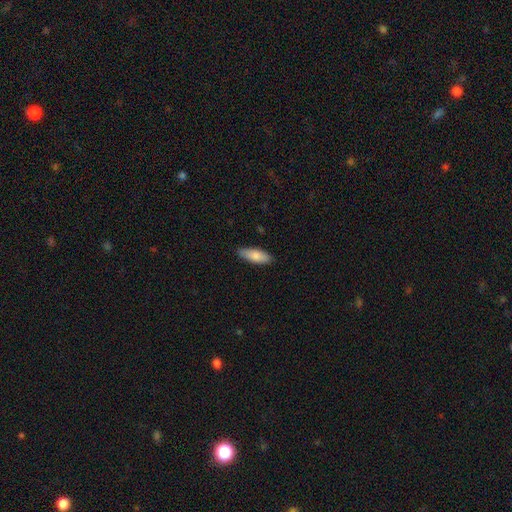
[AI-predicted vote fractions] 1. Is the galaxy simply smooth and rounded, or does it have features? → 79% smooth, 15% featured or disk, 6% star or artifact.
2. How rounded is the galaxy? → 68% in between, 30% cigar-shaped, 2% round.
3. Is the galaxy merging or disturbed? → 85% none, 12% minor disturbance, 2% major disturbance, 1% merger.